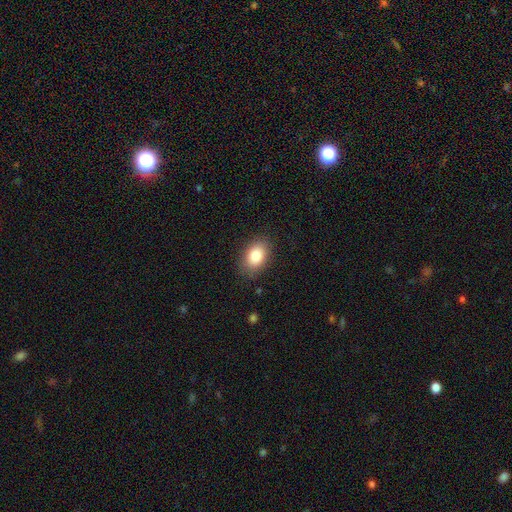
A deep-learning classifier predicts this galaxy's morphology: smooth 84%, featured or disk 8%, star or artifact 8%. Down the decision tree: how rounded — in between (84%); merging — none (85%).